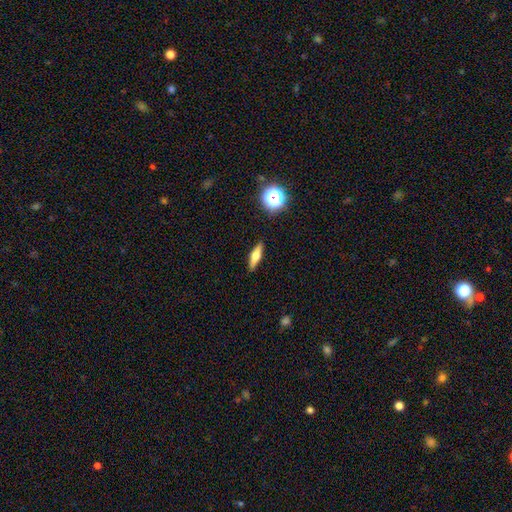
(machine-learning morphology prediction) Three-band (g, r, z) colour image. It shows a smooth galaxy with no disk features (47%). Merging: none (88%).